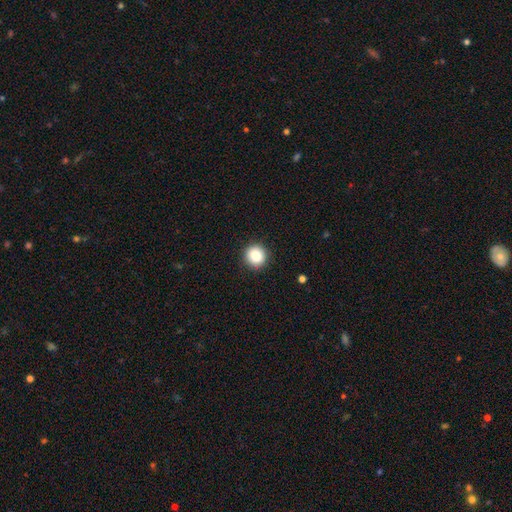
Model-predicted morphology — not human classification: A smooth galaxy with no disk features (87%) that is round (91%).

Vote fractions:
- Smooth or featured? smooth: 87% / star or artifact: 9% / featured or disk: 4%
- How rounded? round: 91% / in between: 8% / cigar-shaped: 1%
- Merging? none: 91% / minor disturbance: 6% / major disturbance: 2% / merger: 1%